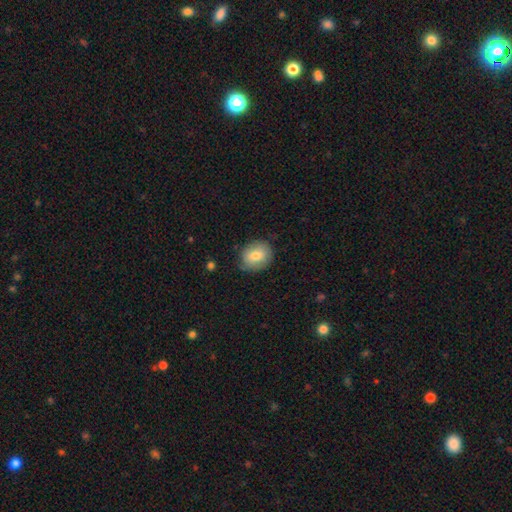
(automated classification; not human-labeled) smooth 77%, featured or disk 15%, star or artifact 8%. Down the decision tree: how rounded — round (62%); merging — none (78%).